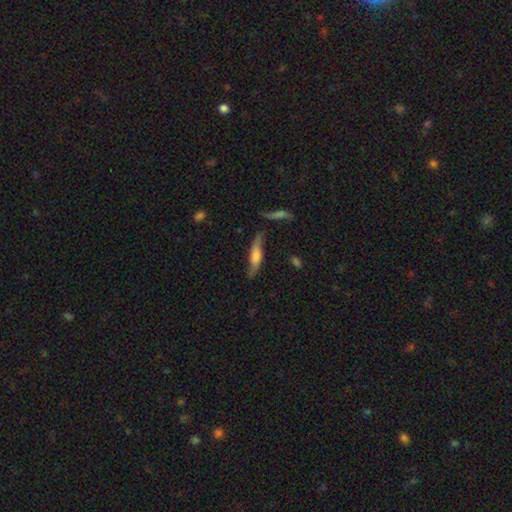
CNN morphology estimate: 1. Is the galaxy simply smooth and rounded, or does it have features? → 52% featured or disk, 40% smooth, 8% star or artifact.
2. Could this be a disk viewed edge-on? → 61% yes, 39% no.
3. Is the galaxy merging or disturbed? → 67% none, 21% minor disturbance, 7% major disturbance, 5% merger.